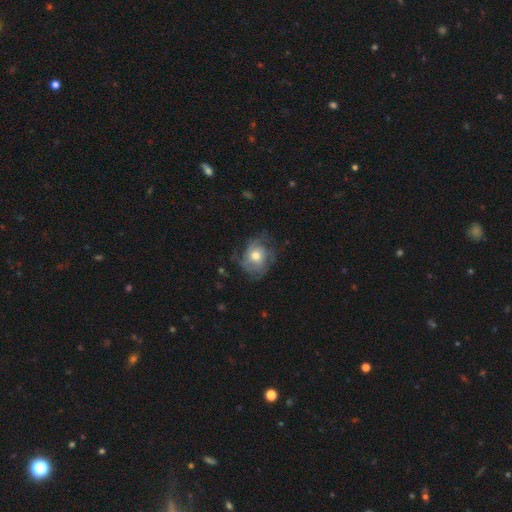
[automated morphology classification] smooth_or_featured: featured or disk (p=0.60) [alt: smooth p=0.33]
disk_edge_on: no (p=0.97) [alt: yes p=0.03]
bar: no (p=0.78) [alt: weak p=0.19]
has_spiral_arms: yes (p=0.79) [alt: no p=0.21]
bulge_size: moderate (p=0.68) [alt: large p=0.16]
merging: none (p=0.60) [alt: minor disturbance p=0.23]